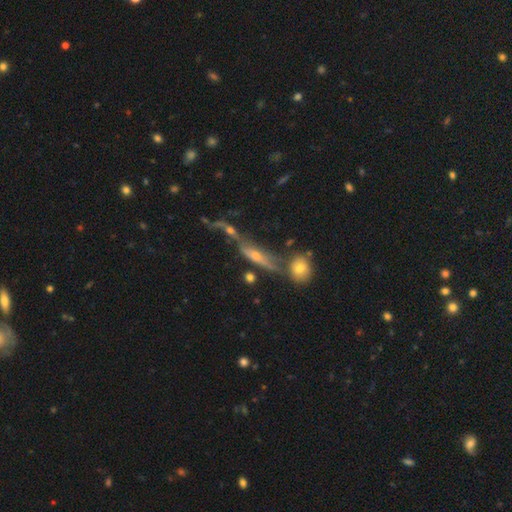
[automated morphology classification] A featured or disk galaxy (60%) viewed edge-on (67%).

Vote fractions:
- Smooth or featured? featured or disk: 60% / smooth: 25% / star or artifact: 15%
- Edge-on disk? yes: 67% / no: 33%
- Merging? none: 40% / merger: 30% / minor disturbance: 16% / major disturbance: 15%